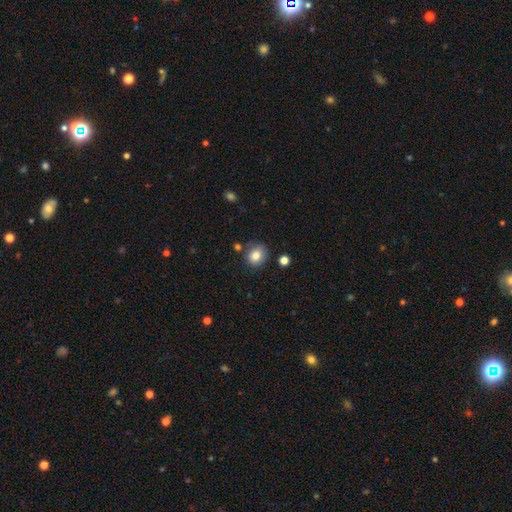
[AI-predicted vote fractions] Smooth or featured?
  - smooth: 82% *
  - star or artifact: 10%
  - featured or disk: 8%
How rounded?
  - round: 73% *
  - in between: 26%
  - cigar-shaped: 1%
Merging?
  - none: 77% *
  - minor disturbance: 14%
  - merger: 5%
  - major disturbance: 3%